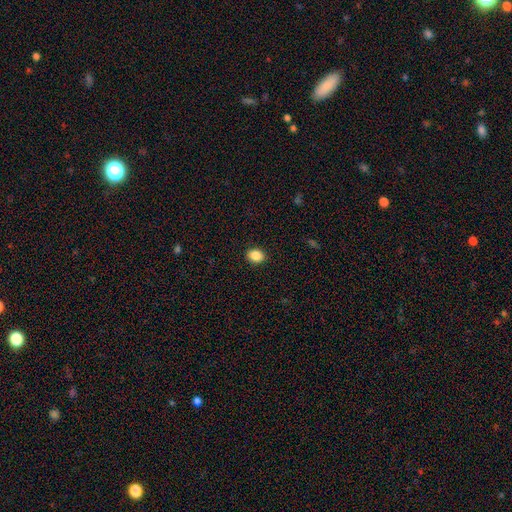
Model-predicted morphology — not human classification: smooth_or_featured: smooth (p=0.88) [alt: star or artifact p=0.09]
how_rounded: in between (p=0.53) [alt: round p=0.46]
merging: none (p=0.91) [alt: minor disturbance p=0.06]